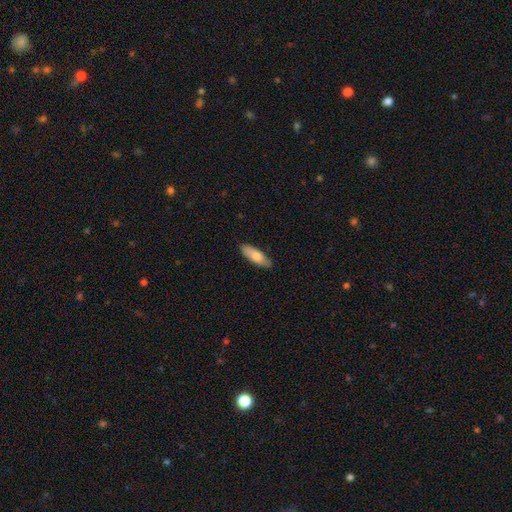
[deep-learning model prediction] smooth 76%, featured or disk 18%, star or artifact 6%. Down the decision tree: how rounded — in between (59%); merging — none (85%).